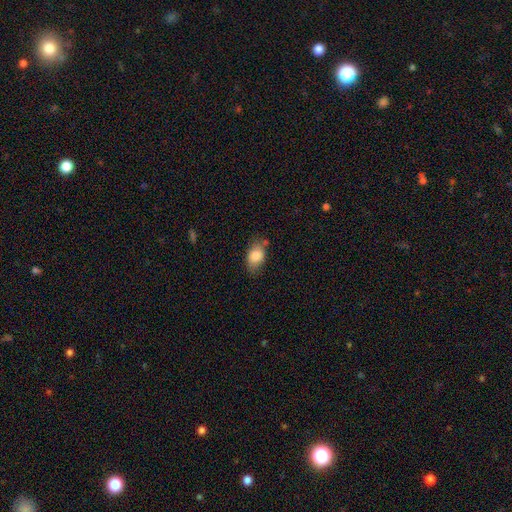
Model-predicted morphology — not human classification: smooth-or-featured: smooth: 83% | featured or disk: 10% | star or artifact: 7%
  how-rounded: in between: 85% | round: 13% | cigar-shaped: 2%
  merging: none: 68% | minor disturbance: 22% | merger: 5% | major disturbance: 5%